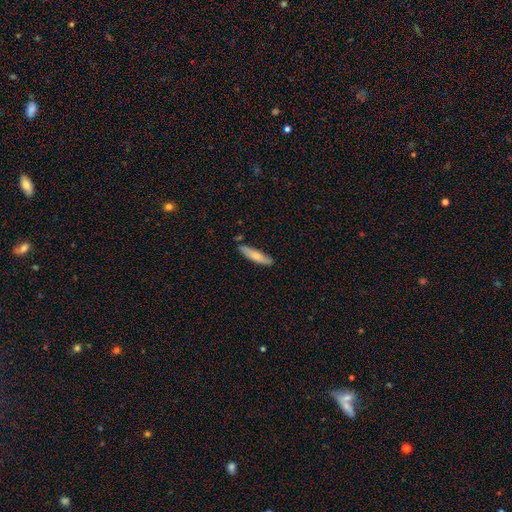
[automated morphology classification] Smooth or featured? smooth (73%)
How rounded? cigar-shaped (79%)
Merging? none (81%)